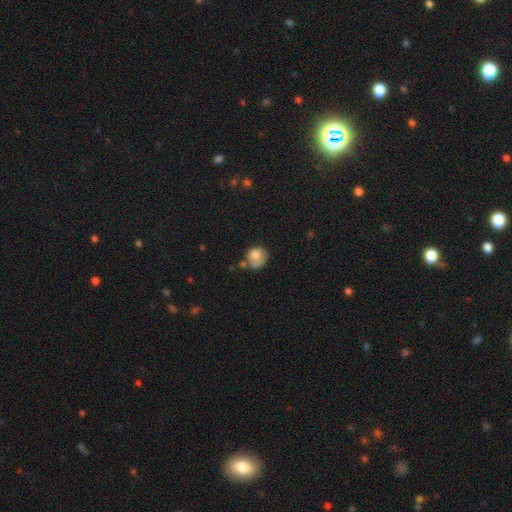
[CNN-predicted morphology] Smooth or featured? Predicted: smooth (p=0.79). How rounded? Predicted: round (p=0.77). Merging? Predicted: none (p=0.44).